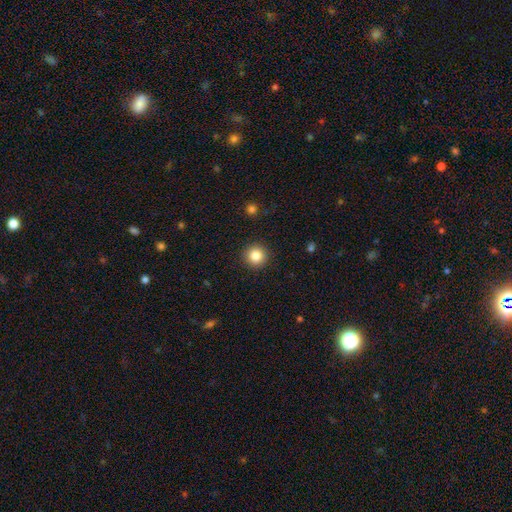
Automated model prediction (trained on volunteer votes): This is clearly a smooth galaxy (84%). How rounded: clearly round (95%). Merging: clearly none (92%).